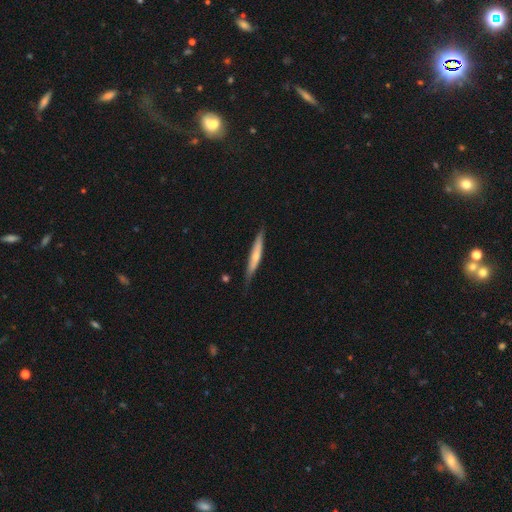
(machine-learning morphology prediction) Q: Smooth or featured?
A: smooth (51%); runner-up: featured or disk (43%)
Q: How rounded?
A: cigar-shaped (92%); runner-up: in between (6%)
Q: Merging?
A: none (79%); runner-up: minor disturbance (17%)